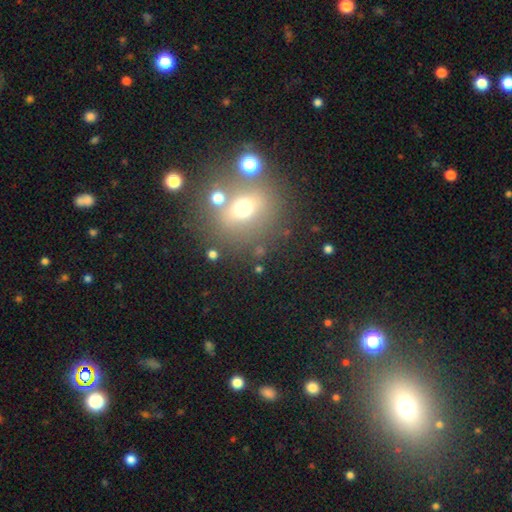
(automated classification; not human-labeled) Smooth or featured? smooth (50%)
Merging? none (70%)